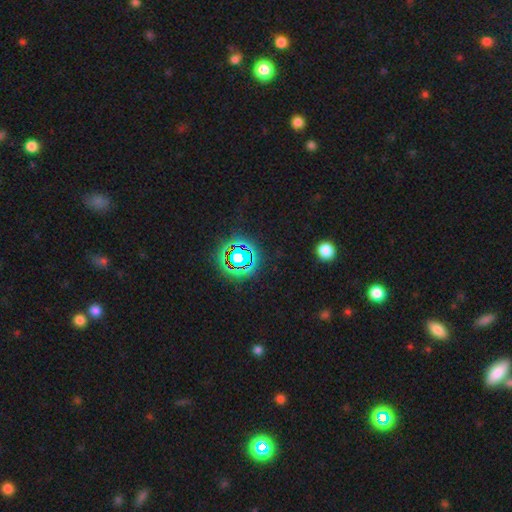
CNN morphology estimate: Smooth or featured? Predicted: star or artifact (p=0.71).